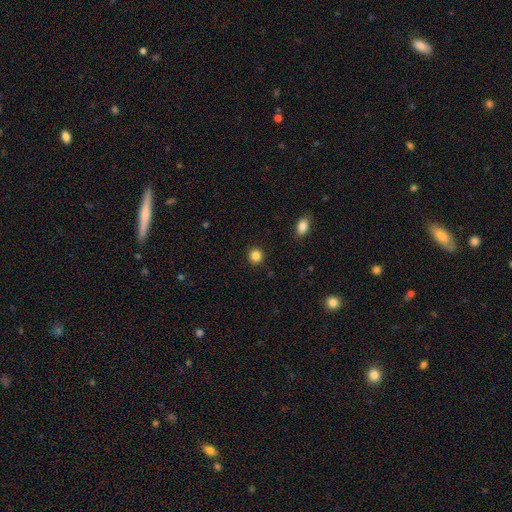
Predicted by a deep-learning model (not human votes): Smooth or featured? Predicted: smooth (p=0.85). How rounded? Predicted: round (p=0.92). Merging? Predicted: none (p=0.92).